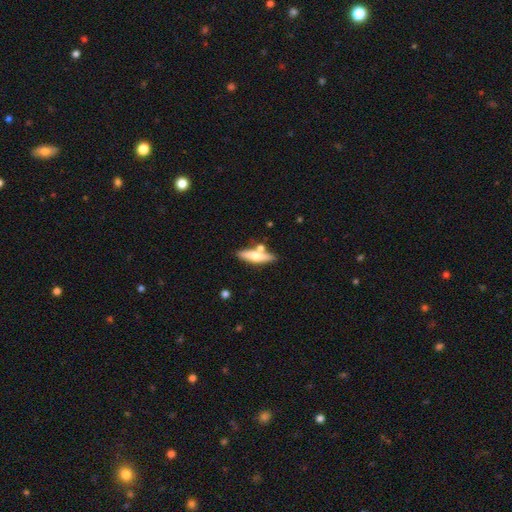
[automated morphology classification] Smooth or featured: smooth — 55% (featured or disk — 39%)
How rounded: cigar-shaped — 72% (in between — 25%)
Merging: none — 68% (merger — 16%)